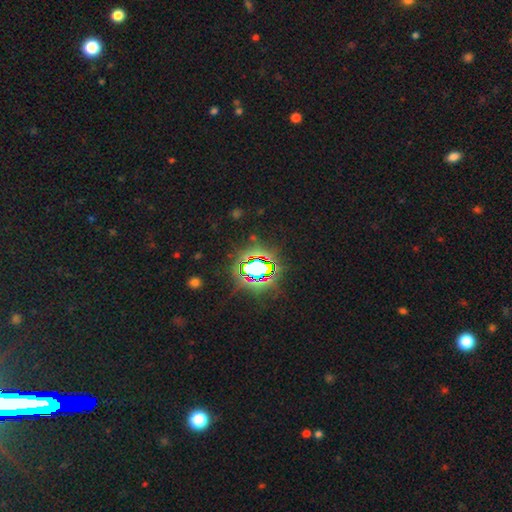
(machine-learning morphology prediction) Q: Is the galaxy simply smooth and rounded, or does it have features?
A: star or artifact — 82%.